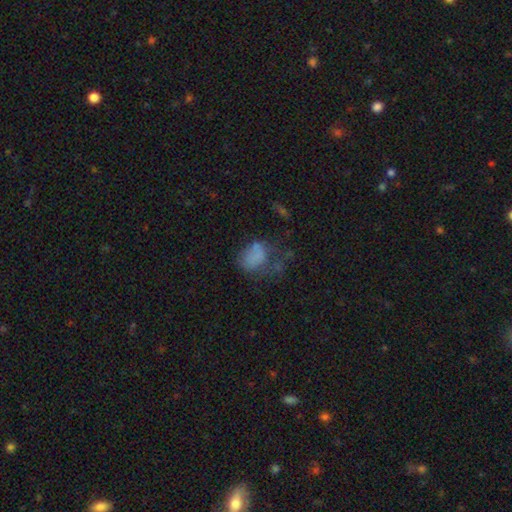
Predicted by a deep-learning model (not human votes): Overall: smooth (66%). How rounded: in between (68%; round 31%). Merging: major disturbance (36%; none 30%).